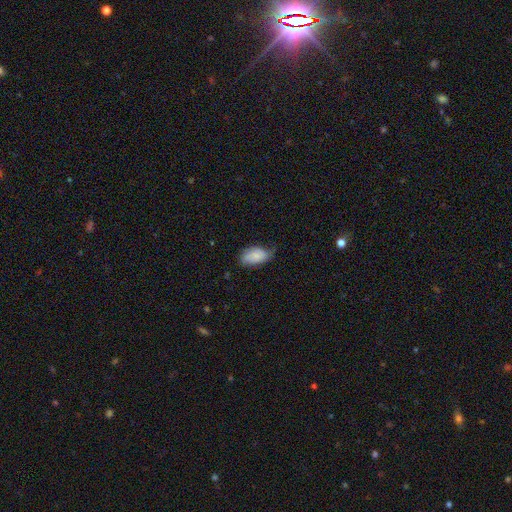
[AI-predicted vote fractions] This is likely a smooth galaxy (78%). How rounded: clearly in between (94%). Merging: possibly none (56%).